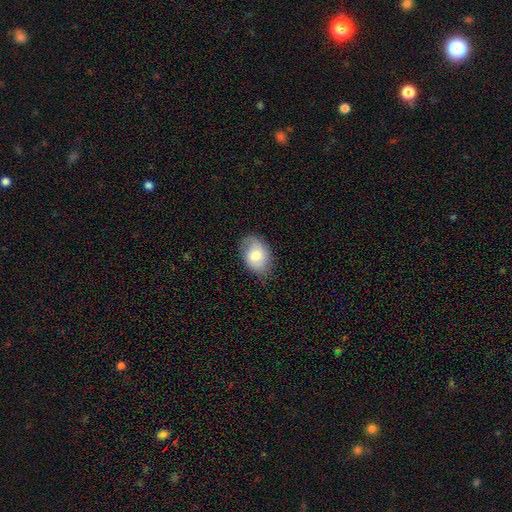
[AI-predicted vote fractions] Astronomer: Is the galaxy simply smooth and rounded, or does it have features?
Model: smooth — 67%.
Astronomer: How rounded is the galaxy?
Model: in between — 83%.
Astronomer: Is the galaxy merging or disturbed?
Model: none — 75%.